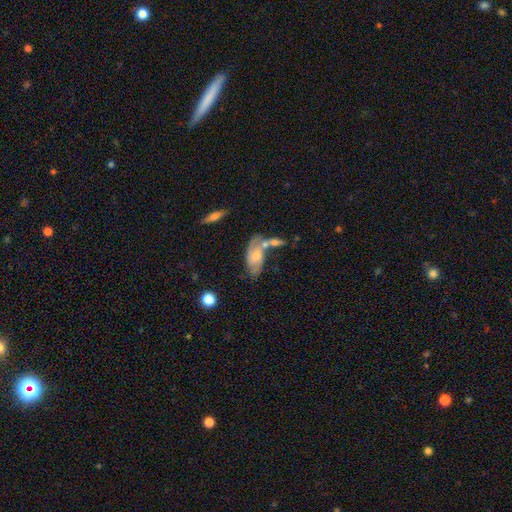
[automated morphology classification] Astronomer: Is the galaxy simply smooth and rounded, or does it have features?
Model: smooth — 47% (runner-up: featured or disk, 46%).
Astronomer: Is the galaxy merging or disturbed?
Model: merger — 36% (runner-up: none, 33%).